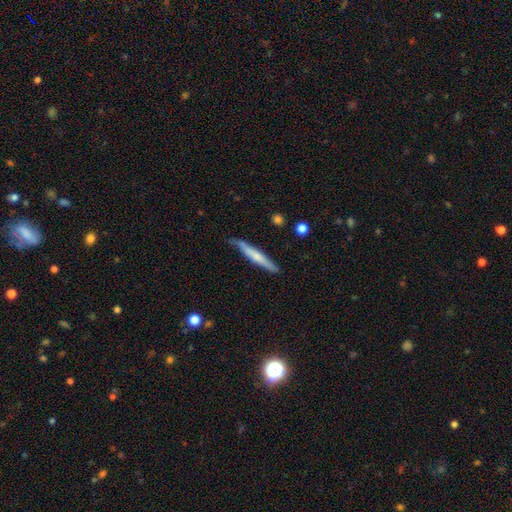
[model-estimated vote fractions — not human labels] This is possibly a smooth galaxy (54%). How rounded: clearly cigar-shaped (94%). Merging: likely none (71%).